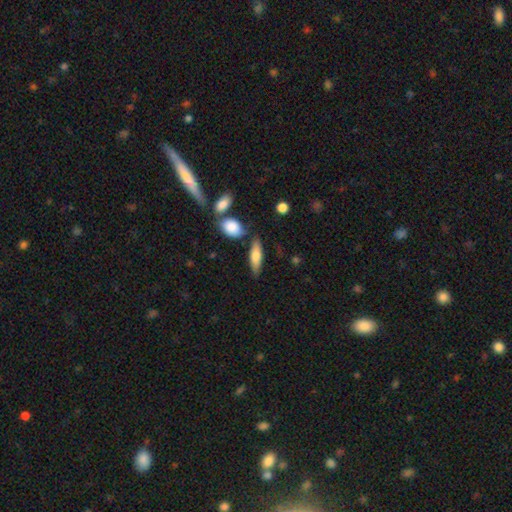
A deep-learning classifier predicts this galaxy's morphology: Smooth or featured: smooth — 69% (featured or disk — 25%)
How rounded: in between — 55% (cigar-shaped — 42%)
Merging: none — 75% (minor disturbance — 14%)